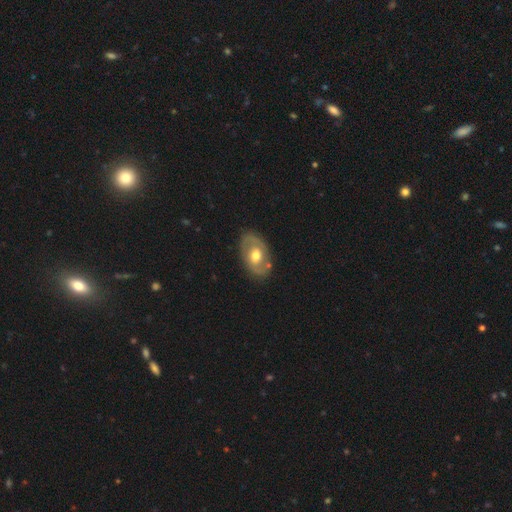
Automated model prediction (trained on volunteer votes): Morphology: type=featured or disk (59%); edge-on=no (93%); bar=no (69%); spiral arms=no (56%); bulge=moderate (73%); merging=none (79%).